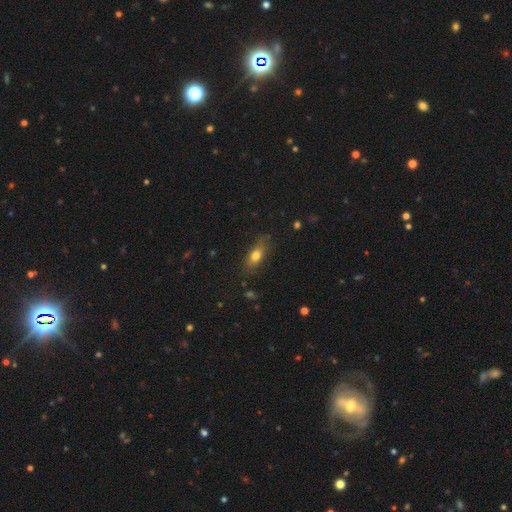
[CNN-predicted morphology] Smooth or featured: smooth — 73% (featured or disk — 18%)
How rounded: in between — 72% (cigar-shaped — 21%)
Merging: none — 76% (minor disturbance — 18%)